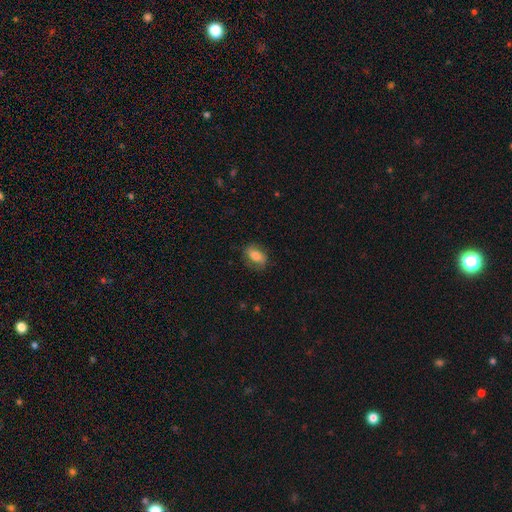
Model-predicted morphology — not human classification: The model was most divided on "smooth or featured": smooth: 74%, featured or disk: 18%, star or artifact: 8%. More confident: how rounded — in between (84%); merging — none (76%).